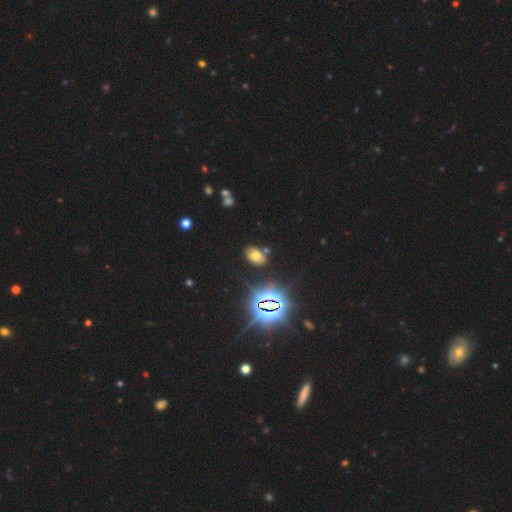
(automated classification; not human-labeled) smooth_or_featured: smooth (p=0.54) [alt: star or artifact p=0.33]
how_rounded: in between (p=0.84) [alt: round p=0.14]
merging: none (p=0.79) [alt: minor disturbance p=0.11]